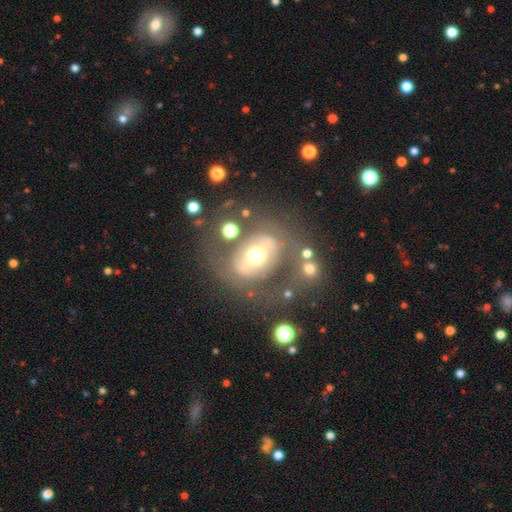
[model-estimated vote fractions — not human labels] A featured or disk galaxy (56%) with a strong bar (43%), no spiral arms (79%) and a moderate central bulge (66%). Merging: none (64%).